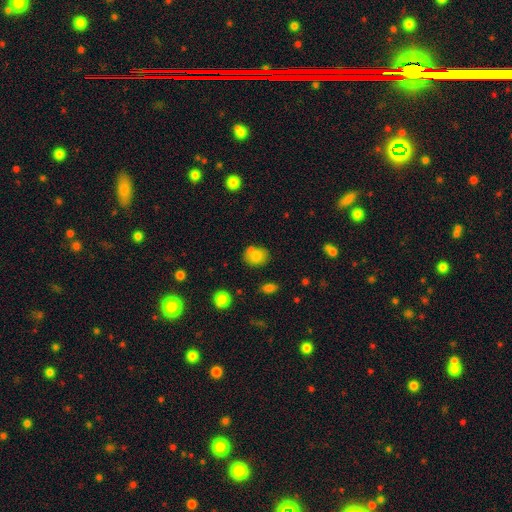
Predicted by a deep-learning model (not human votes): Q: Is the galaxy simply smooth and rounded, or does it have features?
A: smooth — 81%.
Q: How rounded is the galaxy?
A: round — 52%.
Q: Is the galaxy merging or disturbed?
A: none — 69%.